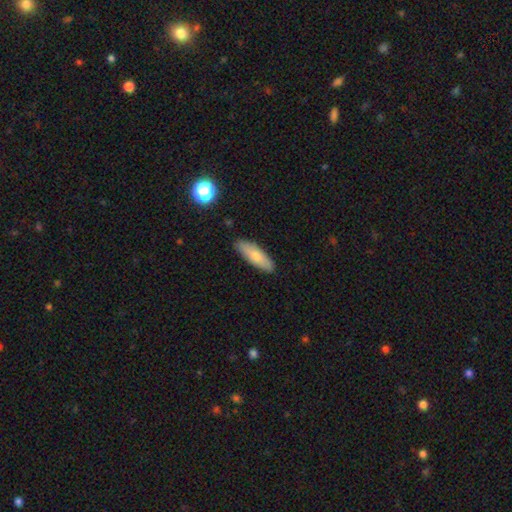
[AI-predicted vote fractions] The model was most divided on "how rounded": cigar-shaped: 51%, in between: 47%, round: 2%. More confident: merging — none (87%); smooth or featured — smooth (69%).